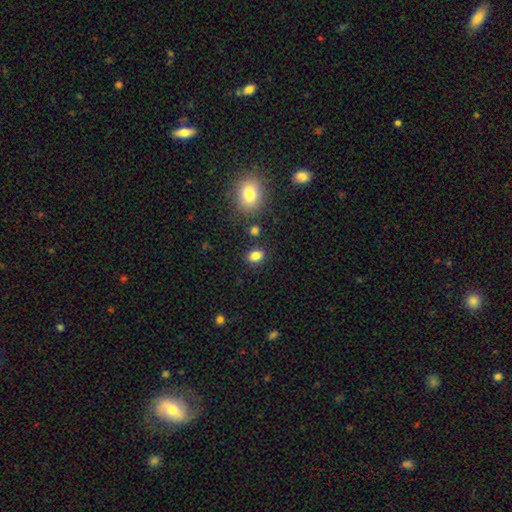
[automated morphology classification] The model was most divided on "how rounded": in between: 72%, round: 26%, cigar-shaped: 2%. More confident: smooth or featured — smooth (83%); merging — none (81%).